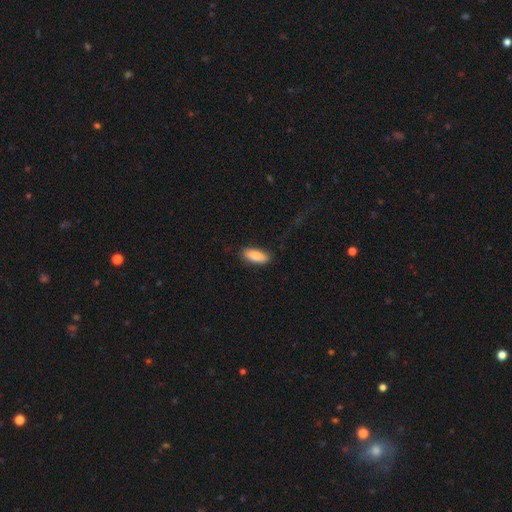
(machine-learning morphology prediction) Smooth or featured: smooth — 87% (featured or disk — 8%)
How rounded: in between — 79% (cigar-shaped — 19%)
Merging: none — 83% (minor disturbance — 12%)